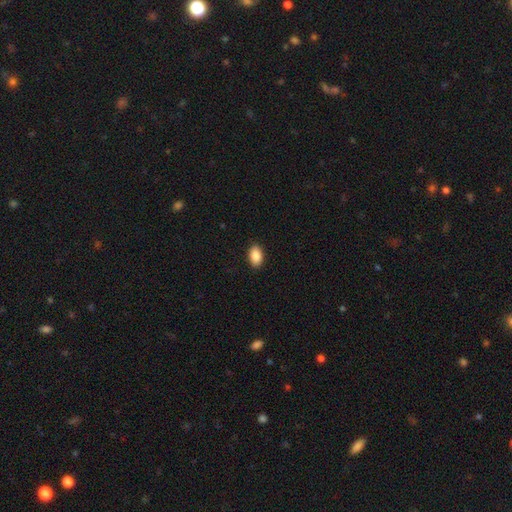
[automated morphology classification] Smooth or featured: smooth — 90% (star or artifact — 7%)
How rounded: in between — 91% (round — 8%)
Merging: none — 90% (minor disturbance — 7%)